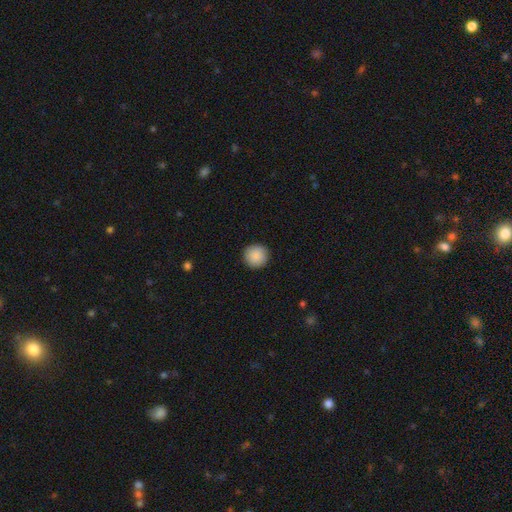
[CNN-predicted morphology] Smooth or featured?
  - smooth: 89% *
  - star or artifact: 7%
  - featured or disk: 3%
How rounded?
  - round: 95% *
  - in between: 4%
  - cigar-shaped: 1%
Merging?
  - none: 92% *
  - minor disturbance: 5%
  - major disturbance: 2%
  - merger: 1%